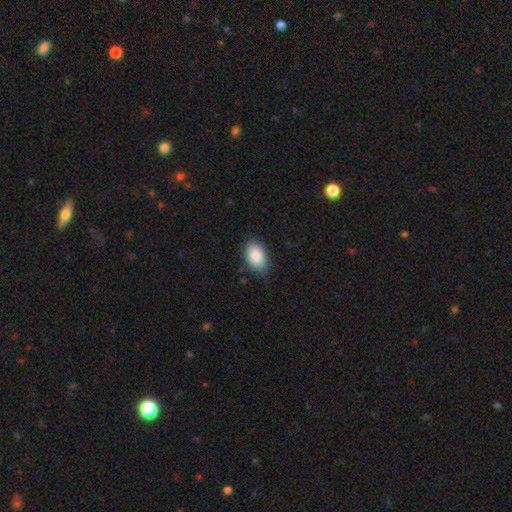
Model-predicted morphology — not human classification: smooth 88%, star or artifact 7%, featured or disk 5%. Down the decision tree: how rounded — in between (91%); merging — none (78%).